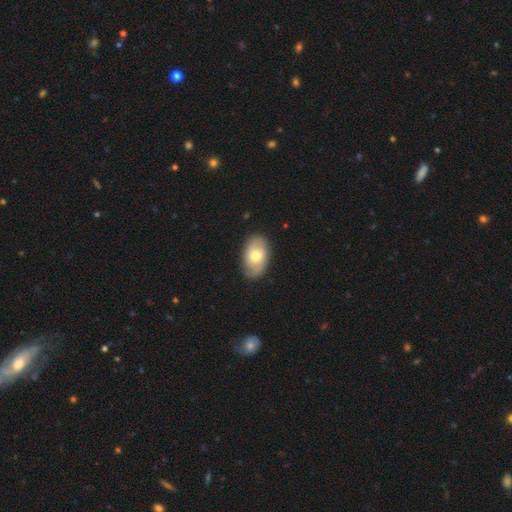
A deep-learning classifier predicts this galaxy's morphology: smooth-or-featured: smooth: 51% | featured or disk: 43% | star or artifact: 6%
  how-rounded: in between: 89% | round: 9% | cigar-shaped: 1%
  merging: none: 83% | minor disturbance: 13% | major disturbance: 3% | merger: 1%